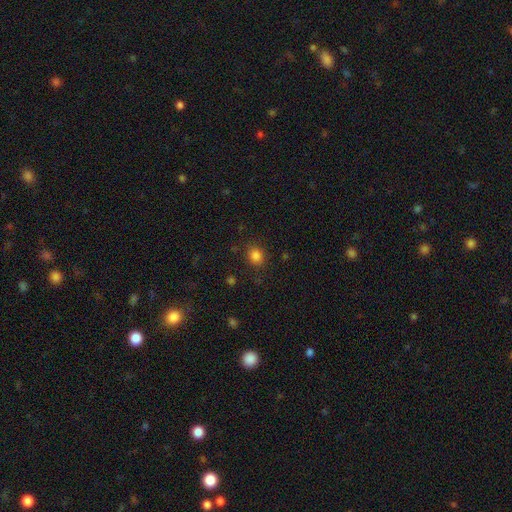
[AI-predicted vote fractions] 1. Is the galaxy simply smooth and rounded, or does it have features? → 83% smooth, 13% star or artifact, 4% featured or disk.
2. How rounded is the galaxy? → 69% round, 30% in between, 1% cigar-shaped.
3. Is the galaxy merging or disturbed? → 83% none, 11% minor disturbance, 4% major disturbance, 2% merger.